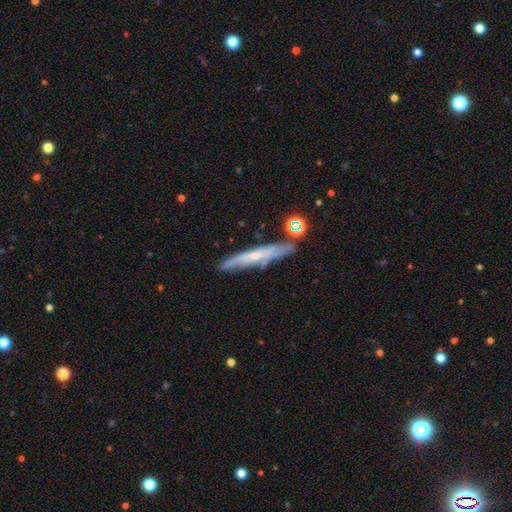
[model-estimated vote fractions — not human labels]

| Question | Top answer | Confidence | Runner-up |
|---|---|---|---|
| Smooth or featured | featured or disk | 52% | smooth (40%) |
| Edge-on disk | yes | 81% | no (19%) |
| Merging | none | 73% | minor disturbance (16%) |